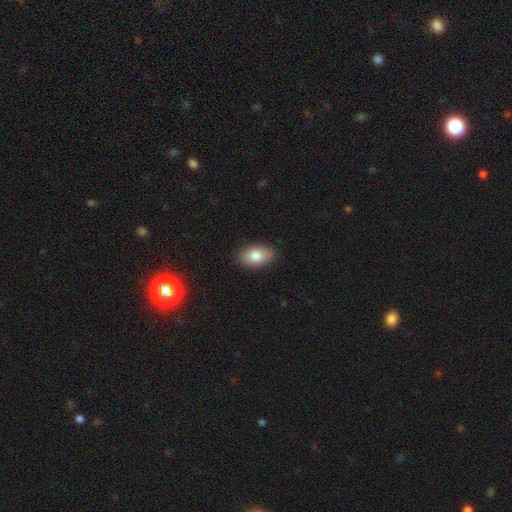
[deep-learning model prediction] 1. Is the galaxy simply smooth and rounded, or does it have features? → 83% smooth, 10% featured or disk, 7% star or artifact.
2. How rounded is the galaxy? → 89% in between, 9% round, 1% cigar-shaped.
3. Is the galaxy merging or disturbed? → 86% none, 11% minor disturbance, 2% major disturbance, 1% merger.